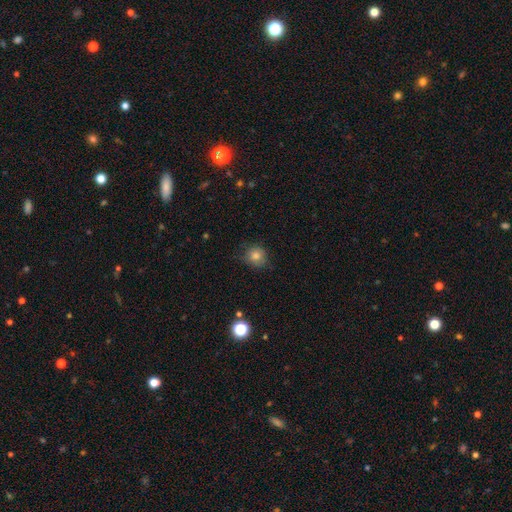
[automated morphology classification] Smooth or featured?
  - smooth: 80% *
  - star or artifact: 12%
  - featured or disk: 8%
How rounded?
  - round: 84% *
  - in between: 15%
  - cigar-shaped: 1%
Merging?
  - none: 74% *
  - minor disturbance: 20%
  - major disturbance: 5%
  - merger: 1%